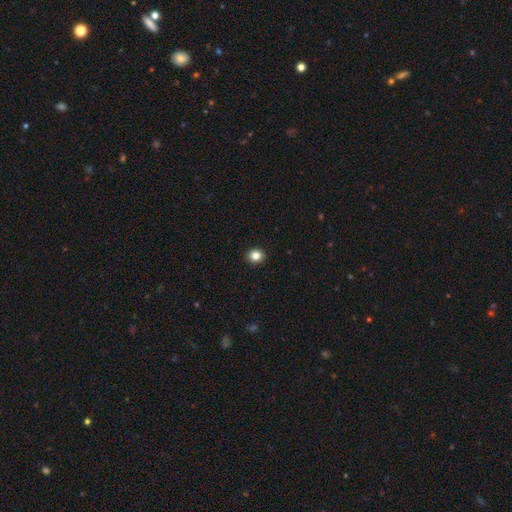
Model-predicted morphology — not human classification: Smooth or featured: smooth — 85% (star or artifact — 11%)
How rounded: round — 82% (in between — 17%)
Merging: none — 93% (minor disturbance — 5%)